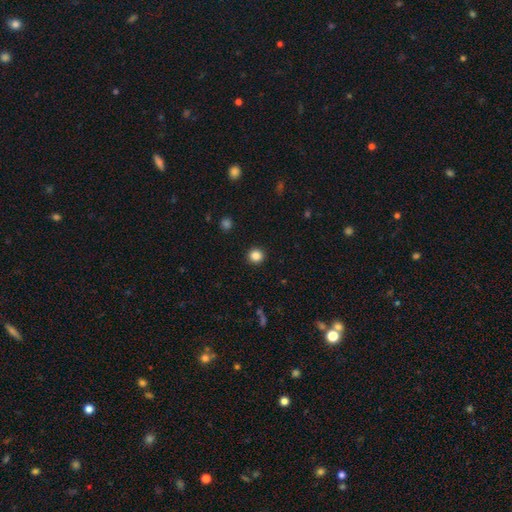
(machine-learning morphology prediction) Smooth or featured: smooth — 85% (star or artifact — 11%)
How rounded: round — 93% (in between — 6%)
Merging: none — 93% (minor disturbance — 5%)